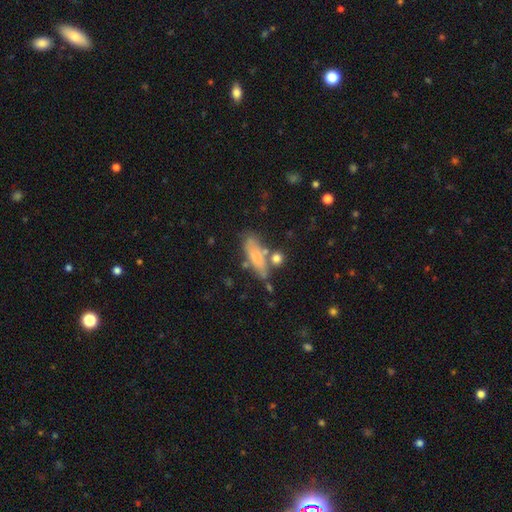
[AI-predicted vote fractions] This appears to be a smooth galaxy with no disk features (70%) that is in between round and cigar-shaped (53%). Merging: none (55%).